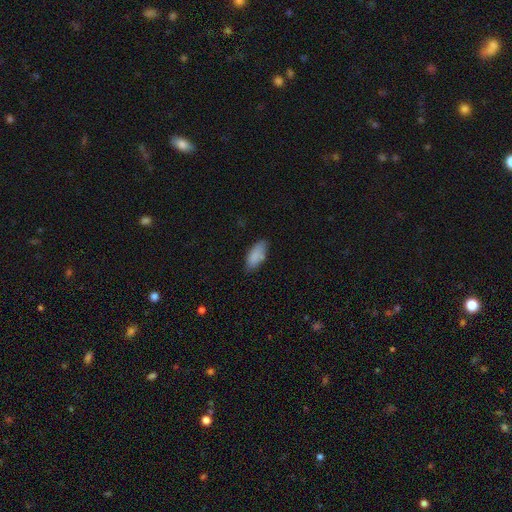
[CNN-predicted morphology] smooth 86%, featured or disk 7%, star or artifact 7%. Down the decision tree: how rounded — in between (86%); merging — none (72%).